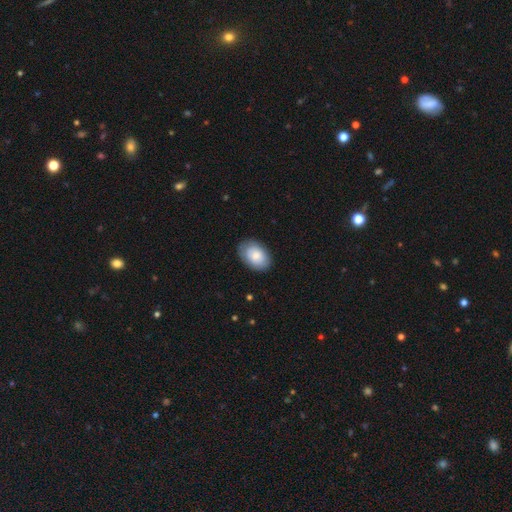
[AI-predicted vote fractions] The model was most divided on "smooth or featured": smooth: 79%, featured or disk: 15%, star or artifact: 6%. More confident: how rounded — in between (89%); merging — none (83%).